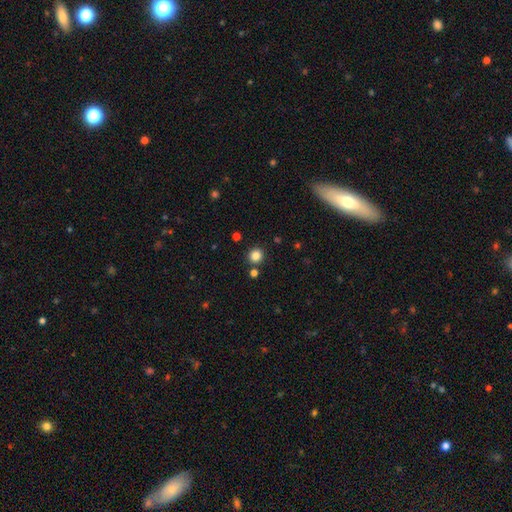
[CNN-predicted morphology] smooth-or-featured: smooth: 84% | star or artifact: 12% | featured or disk: 4%
  how-rounded: round: 92% | in between: 7% | cigar-shaped: 1%
  merging: none: 87% | minor disturbance: 6% | merger: 5% | major disturbance: 2%